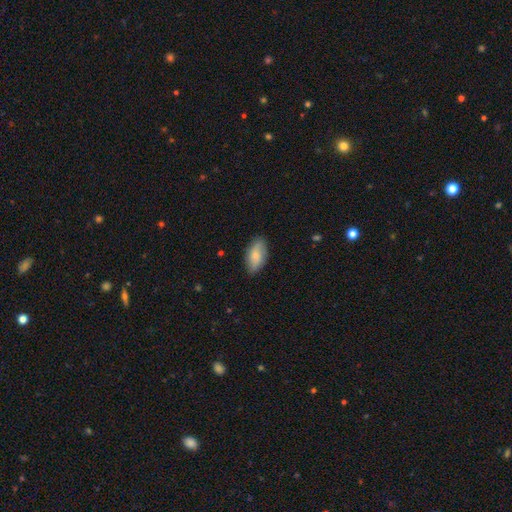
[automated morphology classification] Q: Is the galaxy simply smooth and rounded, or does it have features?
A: smooth — 66%.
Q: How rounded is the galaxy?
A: in between — 91%.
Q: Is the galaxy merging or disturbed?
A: none — 82%.